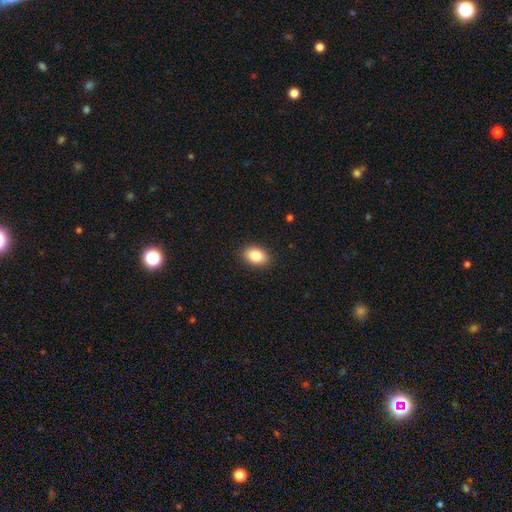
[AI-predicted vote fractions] This appears to be a smooth galaxy with no disk features (85%) that is in between round and cigar-shaped (83%). Merging: none (90%).